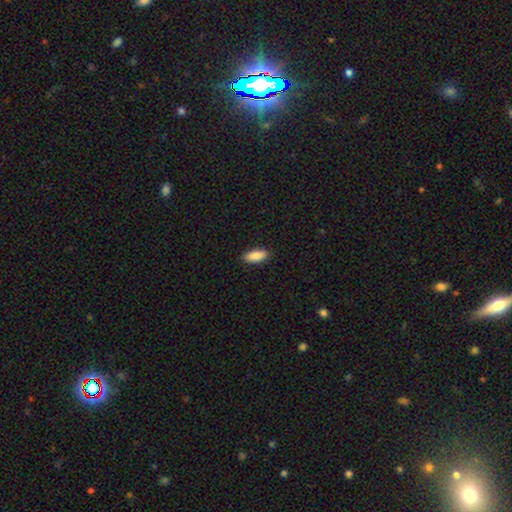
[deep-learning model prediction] This appears to be a smooth galaxy with no disk features (89%) that is in between round and cigar-shaped (82%). Merging: none (90%).